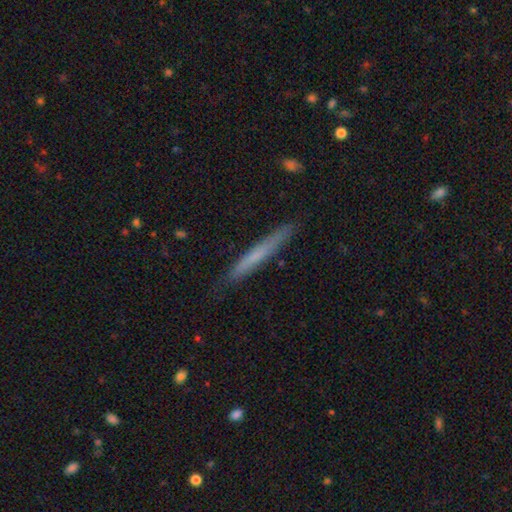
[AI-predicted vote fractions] This is possibly a smooth galaxy (58%). How rounded: clearly cigar-shaped (97%). Merging: clearly none (86%).